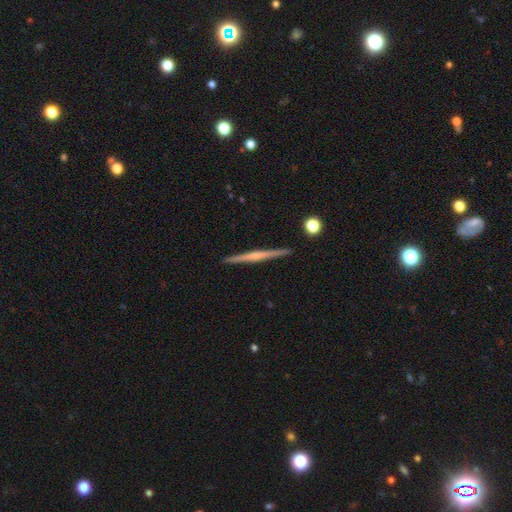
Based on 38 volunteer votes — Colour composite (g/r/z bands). It shows a featured or disk galaxy (74%) viewed edge-on (100%) with a rounded central bulge (64%). Merging: none (97%).